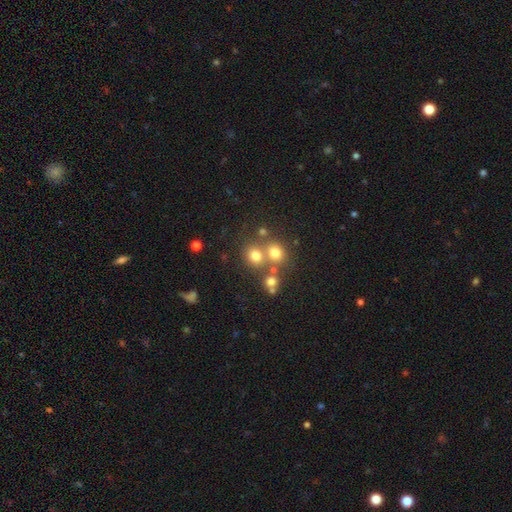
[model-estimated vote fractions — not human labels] A smooth galaxy with no disk features (72%) that is round (78%).

Vote fractions:
- Smooth or featured? smooth: 72% / star or artifact: 17% / featured or disk: 11%
- How rounded? round: 78% / in between: 21% / cigar-shaped: 1%
- Merging? none: 57% / merger: 30% / minor disturbance: 8% / major disturbance: 4%